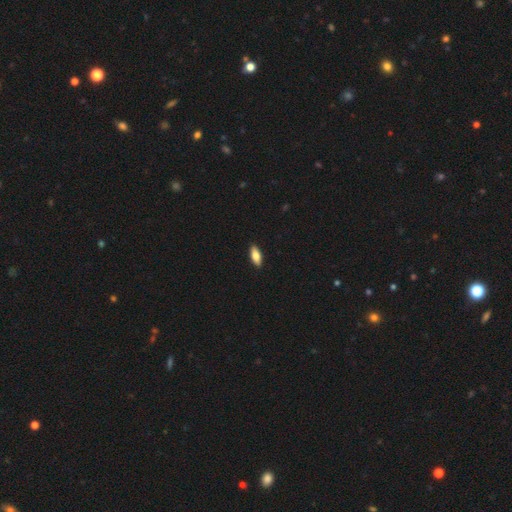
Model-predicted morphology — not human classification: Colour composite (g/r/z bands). It shows a smooth galaxy with no disk features (77%) that is in between round and cigar-shaped (77%). Merging: none (90%).